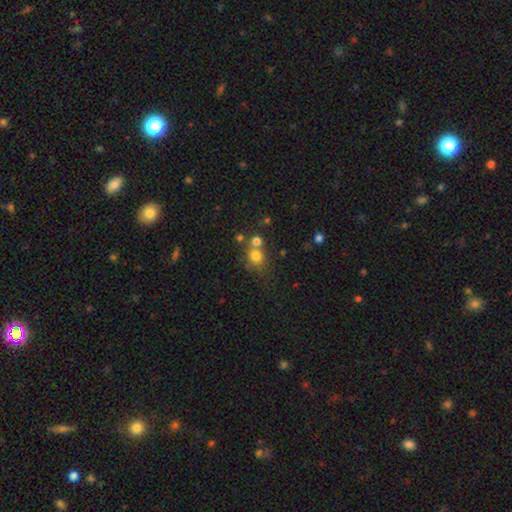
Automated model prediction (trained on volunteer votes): Overall: smooth (75%). How rounded: round (79%). Merging: none (50%; merger 35%).